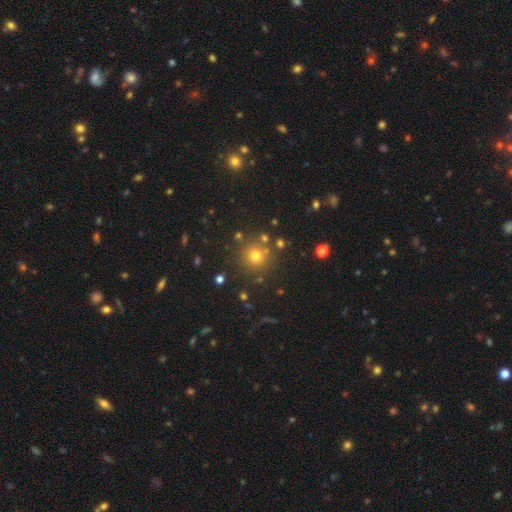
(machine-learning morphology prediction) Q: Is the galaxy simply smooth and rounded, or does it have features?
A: smooth — 70%.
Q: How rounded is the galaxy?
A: round — 94%.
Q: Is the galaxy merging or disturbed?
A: none — 84%.